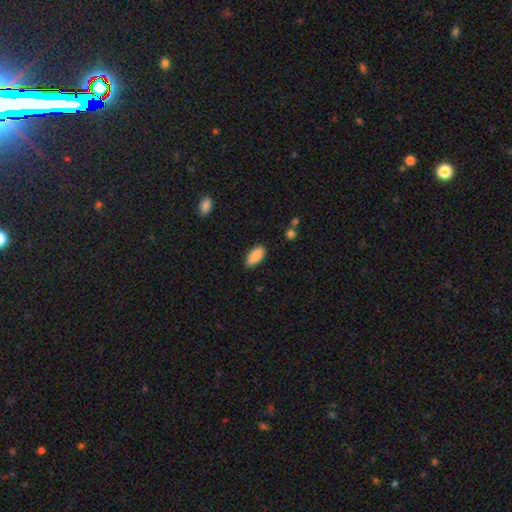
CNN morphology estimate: Smooth or featured? Predicted: smooth (p=0.89). How rounded? Predicted: in between (p=0.90). Merging? Predicted: none (p=0.82).